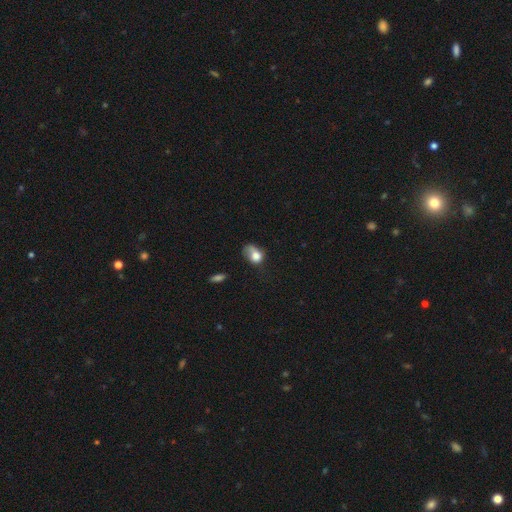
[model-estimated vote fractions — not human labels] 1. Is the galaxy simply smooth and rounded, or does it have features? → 73% smooth, 17% featured or disk, 10% star or artifact.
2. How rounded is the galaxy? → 62% in between, 36% round, 2% cigar-shaped.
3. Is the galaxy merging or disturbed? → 34% major disturbance, 31% minor disturbance, 28% none, 7% merger.